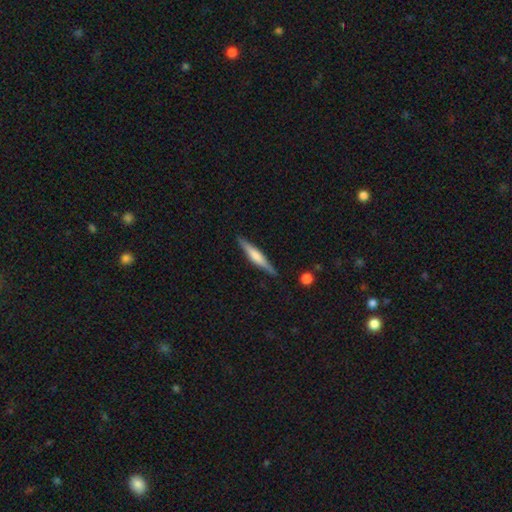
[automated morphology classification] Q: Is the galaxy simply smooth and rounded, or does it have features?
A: featured or disk — 60%.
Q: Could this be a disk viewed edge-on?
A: yes — 97%.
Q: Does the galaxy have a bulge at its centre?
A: rounded — 59%.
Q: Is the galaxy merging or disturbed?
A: none — 89%.